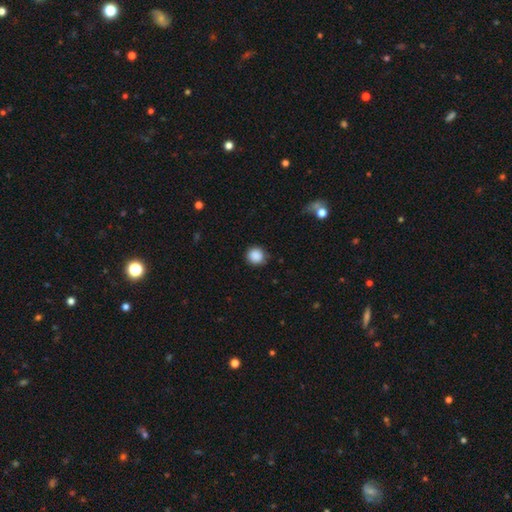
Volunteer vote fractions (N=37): Smooth or featured? 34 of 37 (92%) said smooth. How rounded? 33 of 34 (97%) said round. Merging? 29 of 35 (83%) said none.